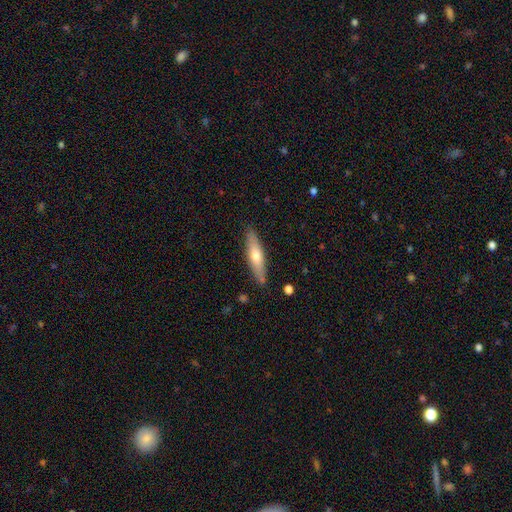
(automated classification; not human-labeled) Smooth or featured: smooth — 54% (featured or disk — 40%)
How rounded: cigar-shaped — 72% (in between — 26%)
Merging: none — 85% (minor disturbance — 11%)